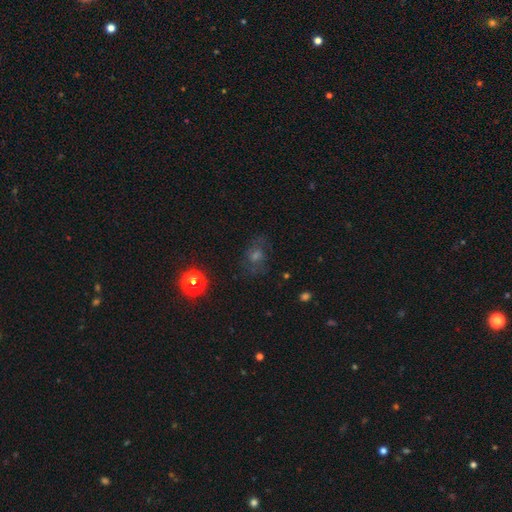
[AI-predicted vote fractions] A star or artifact, not a galaxy (34%).

Vote fractions:
- Smooth or featured? star or artifact: 34% / featured or disk: 33% / smooth: 33%